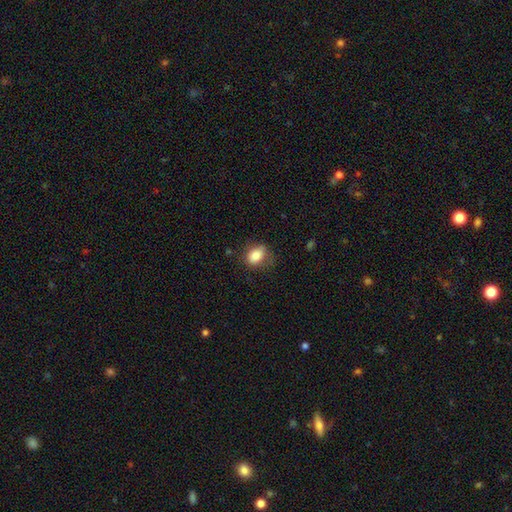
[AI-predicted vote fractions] Q: Smooth or featured?
A: smooth (82%); runner-up: featured or disk (9%)
Q: How rounded?
A: in between (74%); runner-up: round (25%)
Q: Merging?
A: none (67%); runner-up: minor disturbance (24%)